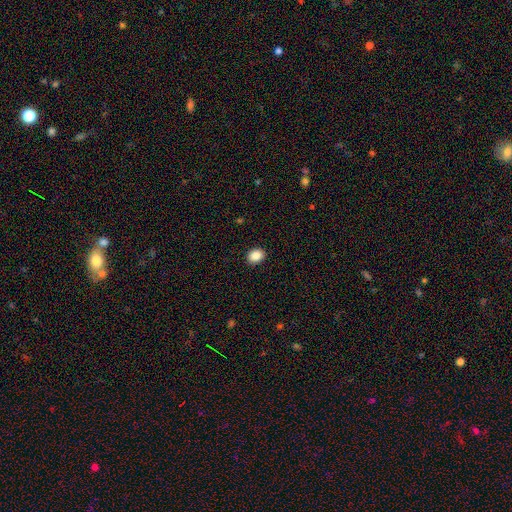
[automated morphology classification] A smooth galaxy with no disk features (88%) that is in between round and cigar-shaped (51%).

Vote fractions:
- Smooth or featured? smooth: 88% / star or artifact: 9% / featured or disk: 4%
- How rounded? in between: 51% / round: 48% / cigar-shaped: 1%
- Merging? none: 91% / minor disturbance: 7% / major disturbance: 2% / merger: 1%